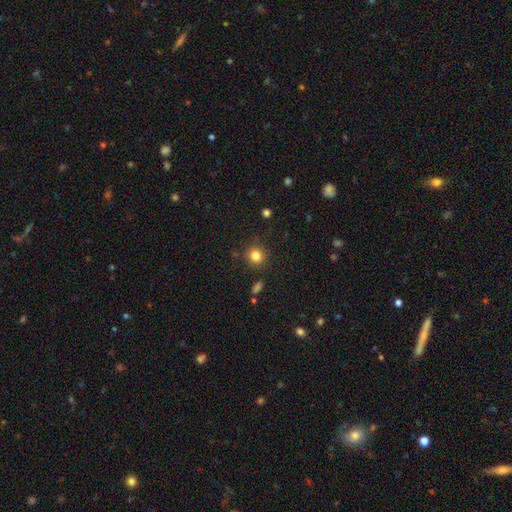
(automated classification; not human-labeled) smooth_or_featured: smooth (p=0.82) [alt: star or artifact p=0.12]
how_rounded: round (p=0.88) [alt: in between p=0.12]
merging: none (p=0.87) [alt: minor disturbance p=0.08]